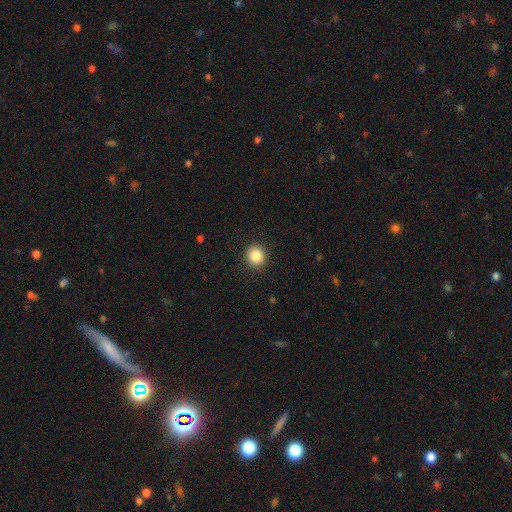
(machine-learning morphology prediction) Smooth or featured?
  - smooth: 87% *
  - star or artifact: 10%
  - featured or disk: 4%
How rounded?
  - round: 89% *
  - in between: 10%
  - cigar-shaped: 1%
Merging?
  - none: 91% *
  - minor disturbance: 6%
  - major disturbance: 2%
  - merger: 1%